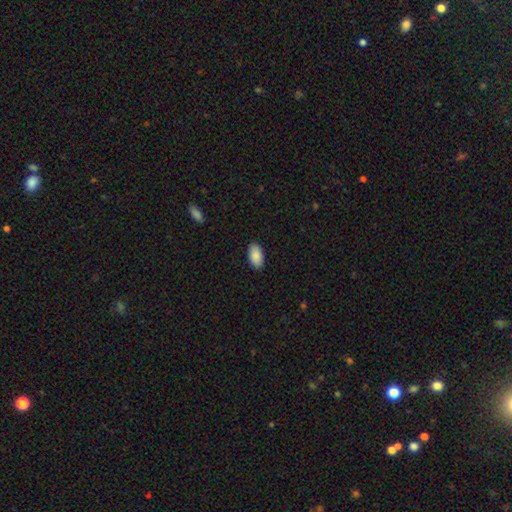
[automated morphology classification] Smooth or featured? Predicted: smooth (p=0.89). How rounded? Predicted: in between (p=0.95). Merging? Predicted: none (p=0.89).